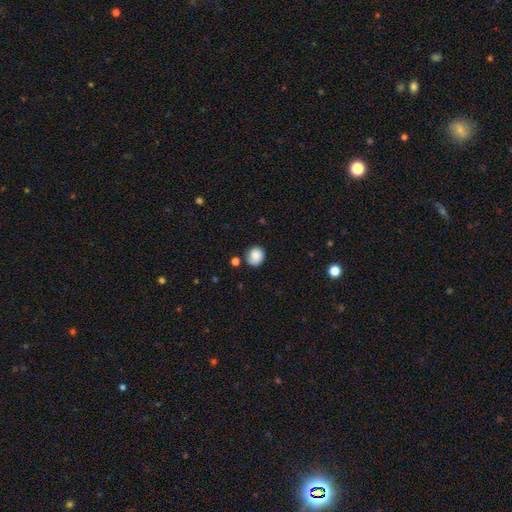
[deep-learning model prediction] Q: Smooth or featured?
A: smooth (84%); runner-up: star or artifact (9%)
Q: How rounded?
A: round (80%); runner-up: in between (19%)
Q: Merging?
A: none (72%); runner-up: minor disturbance (18%)